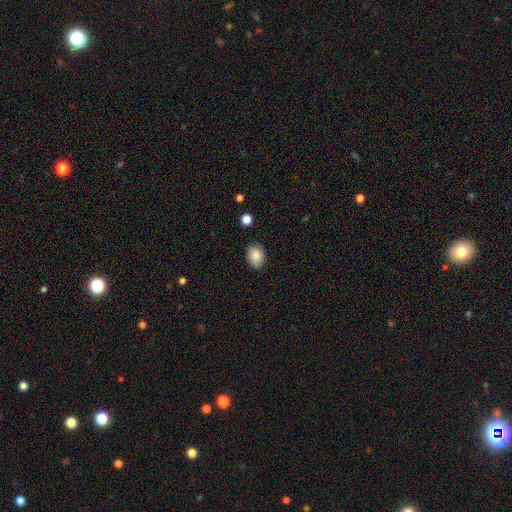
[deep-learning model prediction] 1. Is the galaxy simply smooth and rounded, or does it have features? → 82% smooth, 10% featured or disk, 8% star or artifact.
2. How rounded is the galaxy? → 77% in between, 22% round, 1% cigar-shaped.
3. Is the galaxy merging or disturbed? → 81% none, 14% minor disturbance, 3% major disturbance, 2% merger.